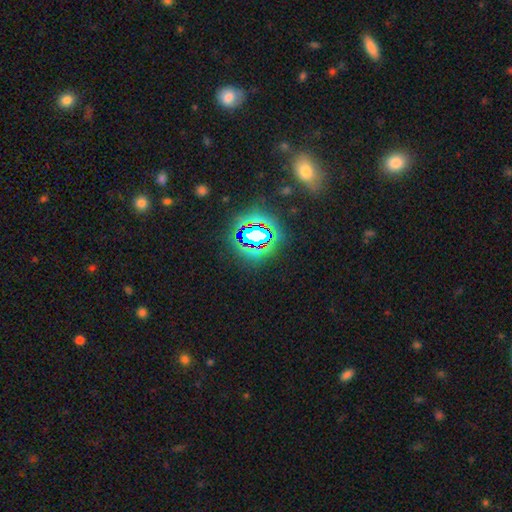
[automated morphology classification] Smooth or featured? star or artifact (73%)